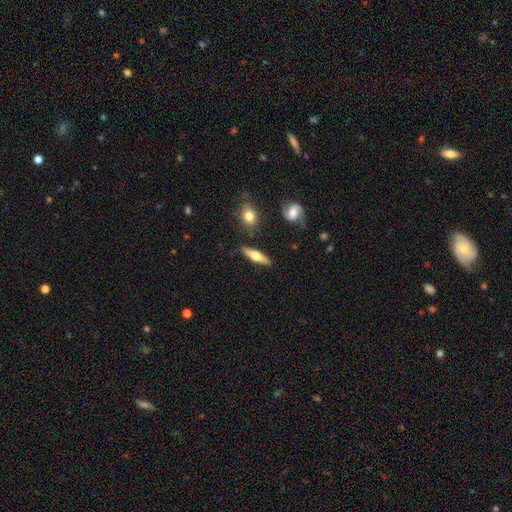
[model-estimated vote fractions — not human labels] smooth_or_featured: featured or disk (p=0.57) [alt: smooth p=0.37]
disk_edge_on: yes (p=0.91) [alt: no p=0.09]
edge_on_bulge: rounded (p=0.93) [alt: boxy p=0.04]
merging: none (p=0.84) [alt: minor disturbance p=0.10]